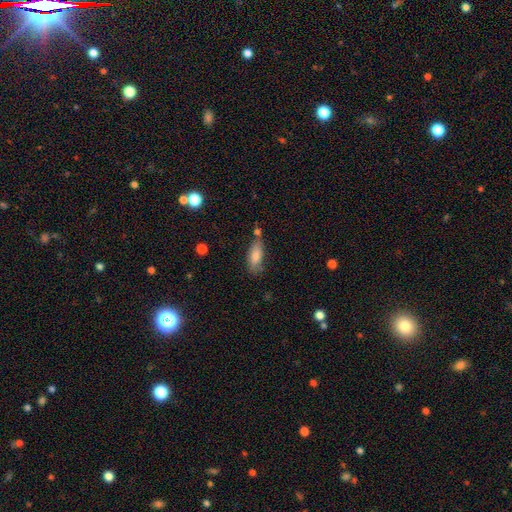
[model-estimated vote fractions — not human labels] Smooth or featured: smooth — 82% (featured or disk — 11%)
How rounded: in between — 73% (cigar-shaped — 25%)
Merging: none — 63% (minor disturbance — 22%)